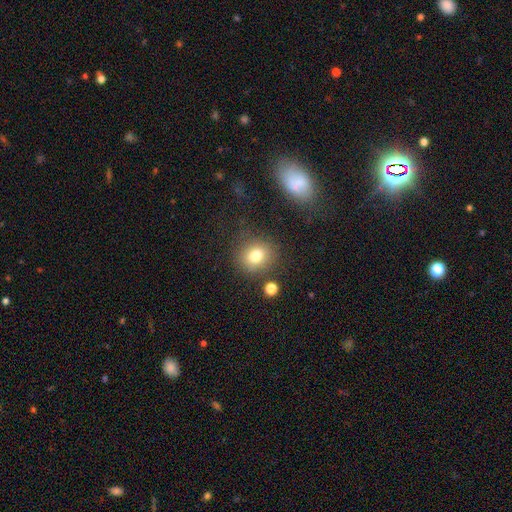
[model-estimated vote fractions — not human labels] Overall: smooth (78%). How rounded: round (81%). Merging: none (80%).